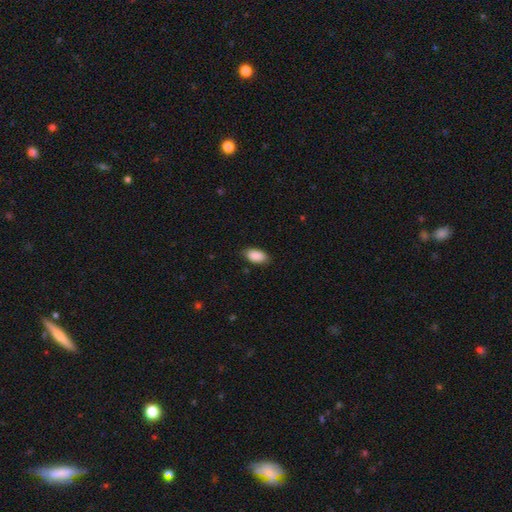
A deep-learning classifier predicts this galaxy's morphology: Smooth or featured?
  - smooth: 89% *
  - star or artifact: 7%
  - featured or disk: 4%
How rounded?
  - in between: 94% *
  - round: 4%
  - cigar-shaped: 3%
Merging?
  - none: 81% *
  - minor disturbance: 15%
  - major disturbance: 3%
  - merger: 1%